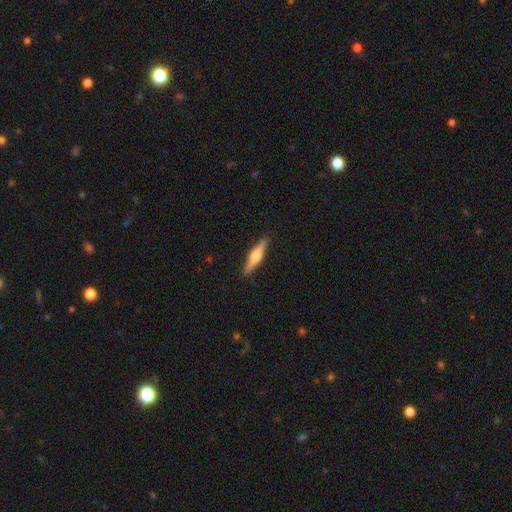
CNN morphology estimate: Smooth or featured: featured or disk — 63% (smooth — 32%)
Edge-on disk: yes — 97% (no — 3%)
Edge-on bulge: rounded — 92% (boxy — 5%)
Merging: none — 91% (minor disturbance — 7%)